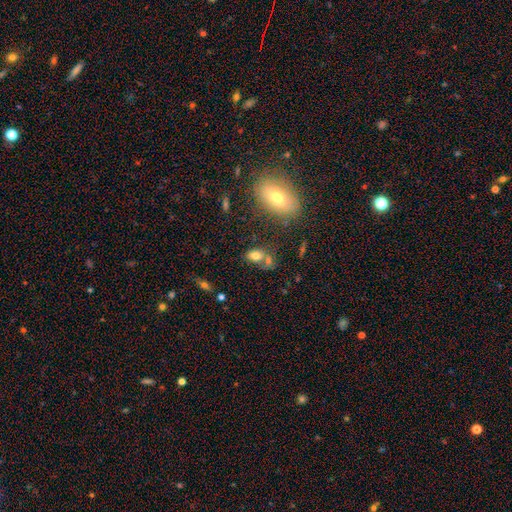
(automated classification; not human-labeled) smooth 75%, star or artifact 13%, featured or disk 12%. Down the decision tree: how rounded — in between (80%); merging — none (47%).